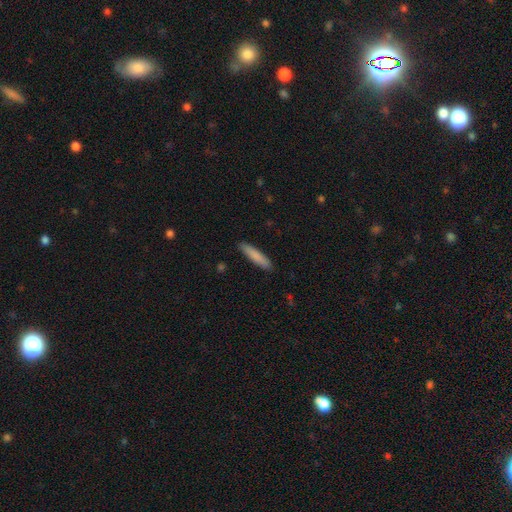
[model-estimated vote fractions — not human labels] Overall: smooth (83%). How rounded: cigar-shaped (86%). Merging: none (89%).